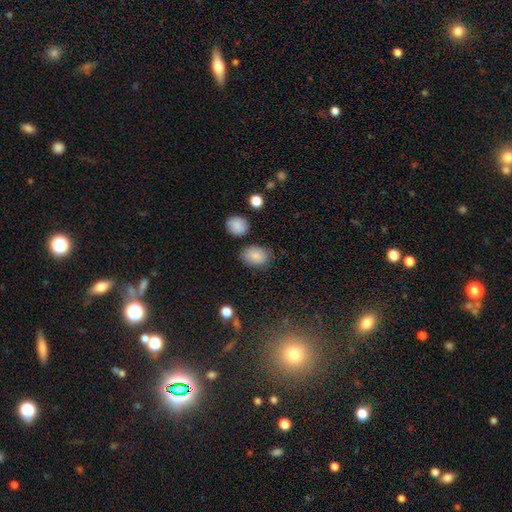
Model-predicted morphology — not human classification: A smooth galaxy with no disk features (85%) that is in between round and cigar-shaped (76%).

Vote fractions:
- Smooth or featured? smooth: 85% / star or artifact: 9% / featured or disk: 6%
- How rounded? in between: 76% / round: 23% / cigar-shaped: 1%
- Merging? none: 77% / minor disturbance: 15% / merger: 4% / major disturbance: 4%